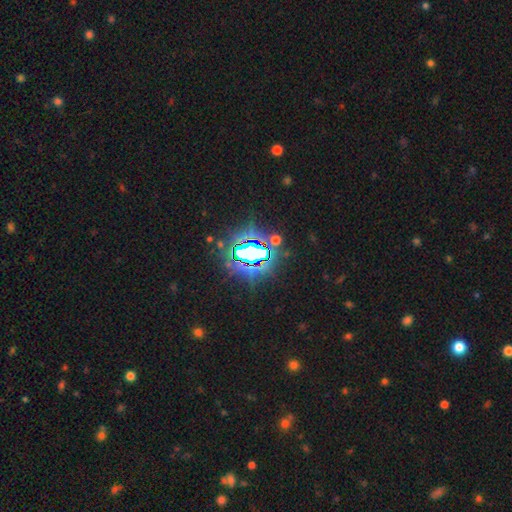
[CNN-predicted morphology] type=star or artifact (77%).